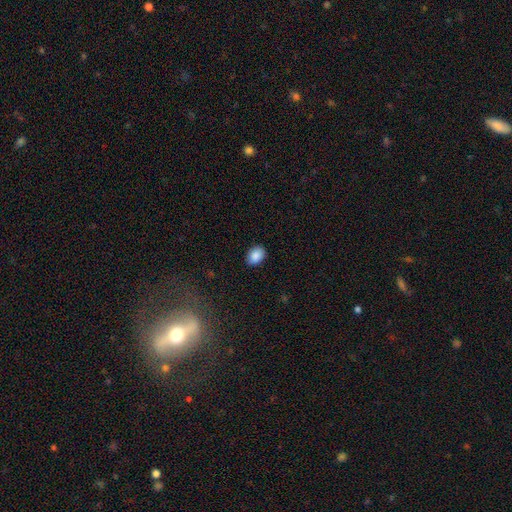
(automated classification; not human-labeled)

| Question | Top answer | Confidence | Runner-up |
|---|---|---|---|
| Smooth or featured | smooth | 88% | star or artifact (8%) |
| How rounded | in between | 75% | round (24%) |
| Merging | none | 88% | minor disturbance (9%) |